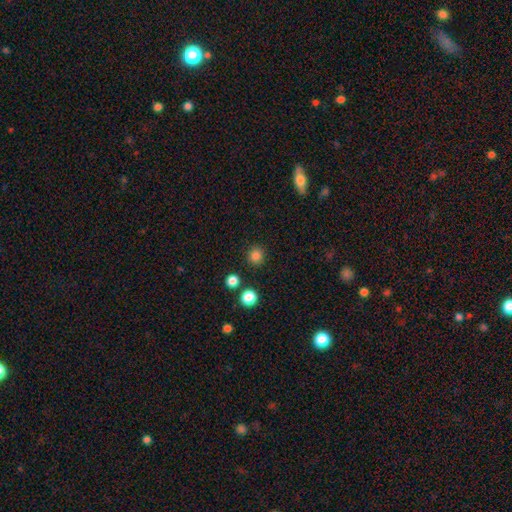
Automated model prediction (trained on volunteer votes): The model was most divided on "smooth or featured": smooth: 83%, star or artifact: 14%, featured or disk: 3%. More confident: how rounded — round (92%); merging — none (89%).